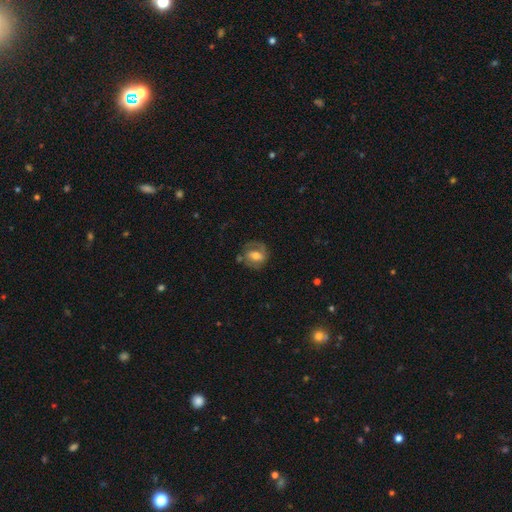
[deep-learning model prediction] smooth_or_featured: featured or disk (p=0.54) [alt: smooth p=0.39]
disk_edge_on: no (p=0.95) [alt: yes p=0.05]
bar: weak (p=0.41) [alt: no p=0.32]
has_spiral_arms: yes (p=0.68) [alt: no p=0.32]
bulge_size: moderate (p=0.62) [alt: small p=0.22]
merging: none (p=0.61) [alt: minor disturbance p=0.21]